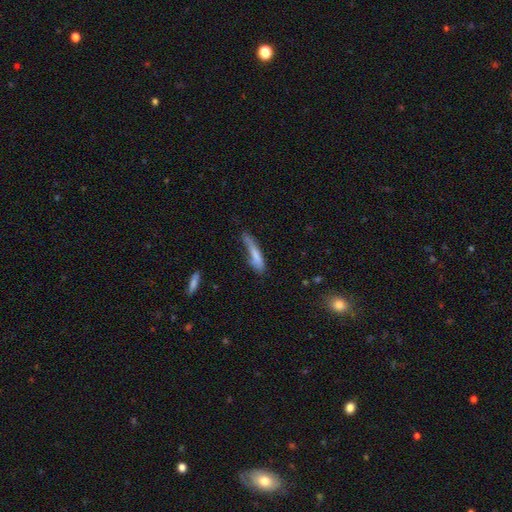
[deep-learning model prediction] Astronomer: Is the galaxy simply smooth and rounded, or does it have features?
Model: smooth — 72%.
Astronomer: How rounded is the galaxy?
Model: cigar-shaped — 85%.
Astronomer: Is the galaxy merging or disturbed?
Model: none — 45% (runner-up: minor disturbance, 32%).